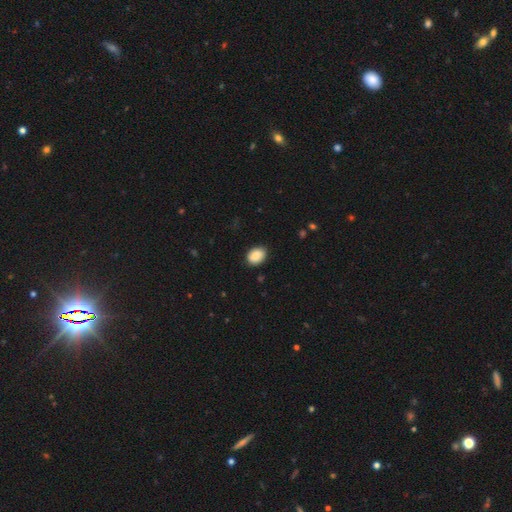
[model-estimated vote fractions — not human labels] Smooth or featured?
  - smooth: 86% *
  - star or artifact: 7%
  - featured or disk: 6%
How rounded?
  - in between: 72% *
  - round: 27%
  - cigar-shaped: 1%
Merging?
  - none: 84% *
  - minor disturbance: 12%
  - major disturbance: 2%
  - merger: 1%